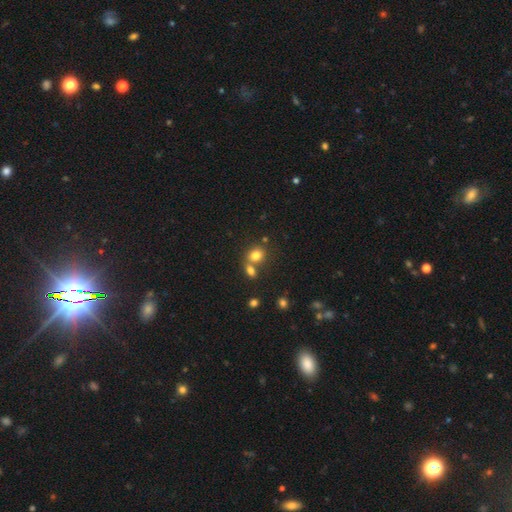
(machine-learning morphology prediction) smooth 79%, star or artifact 12%, featured or disk 9%. Down the decision tree: how rounded — round (57%); merging — none (46%).